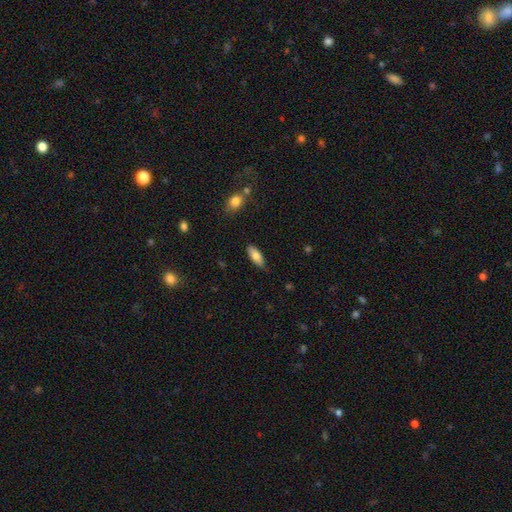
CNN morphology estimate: Overall: smooth (77%). How rounded: in between (73%). Merging: none (81%).